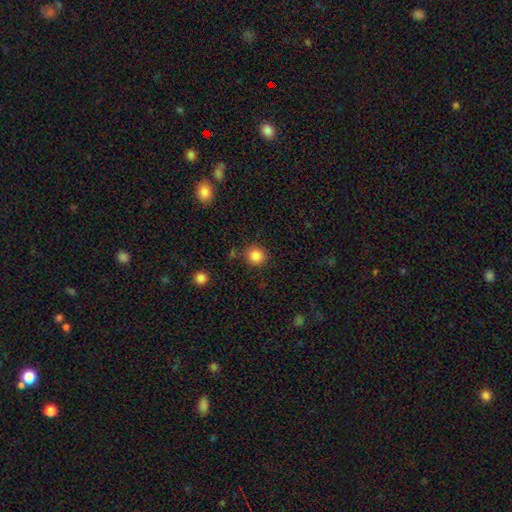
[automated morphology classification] The model was most divided on "merging": none: 84%, minor disturbance: 9%, merger: 4%, major disturbance: 3%. More confident: how rounded — round (90%); smooth or featured — smooth (86%).